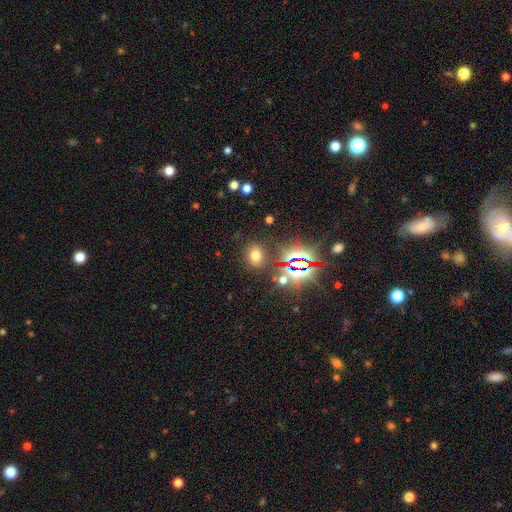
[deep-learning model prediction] This appears to be a smooth galaxy with no disk features (60%) that is in between round and cigar-shaped (52%). Merging: none (83%).